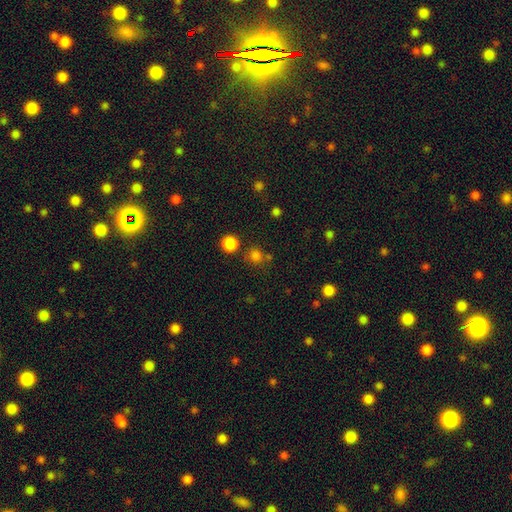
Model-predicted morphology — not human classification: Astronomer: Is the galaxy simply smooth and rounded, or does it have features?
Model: smooth — 77%.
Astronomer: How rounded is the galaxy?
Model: round — 90%.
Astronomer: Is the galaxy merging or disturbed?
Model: none — 74%.